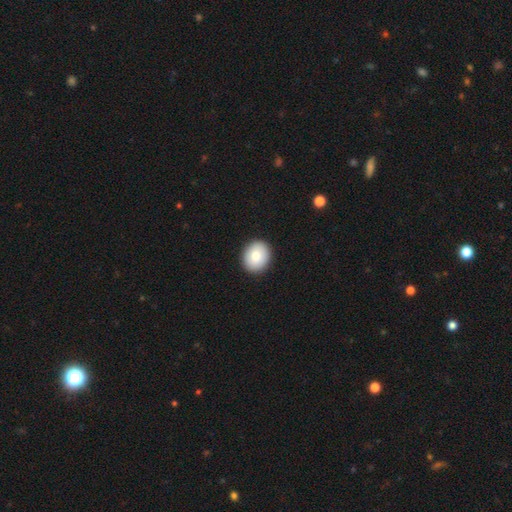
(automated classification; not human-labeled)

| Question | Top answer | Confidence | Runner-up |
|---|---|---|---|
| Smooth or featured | smooth | 82% | featured or disk (11%) |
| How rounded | round | 61% | in between (38%) |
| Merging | none | 91% | minor disturbance (6%) |